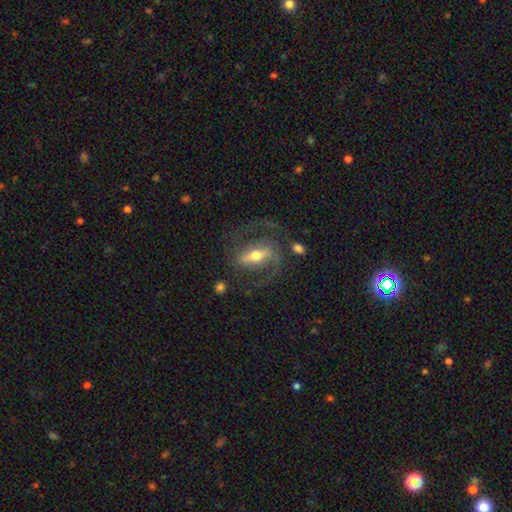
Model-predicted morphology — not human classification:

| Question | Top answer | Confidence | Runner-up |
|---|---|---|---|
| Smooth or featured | featured or disk | 85% | smooth (9%) |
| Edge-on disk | no | 92% | yes (8%) |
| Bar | strong | 66% | weak (25%) |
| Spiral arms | yes | 91% | no (9%) |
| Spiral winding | medium | 55% | loose (27%) |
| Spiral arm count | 2 | 89% | can't tell (4%) |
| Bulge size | moderate | 65% | small (26%) |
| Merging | none | 68% | major disturbance (15%) |